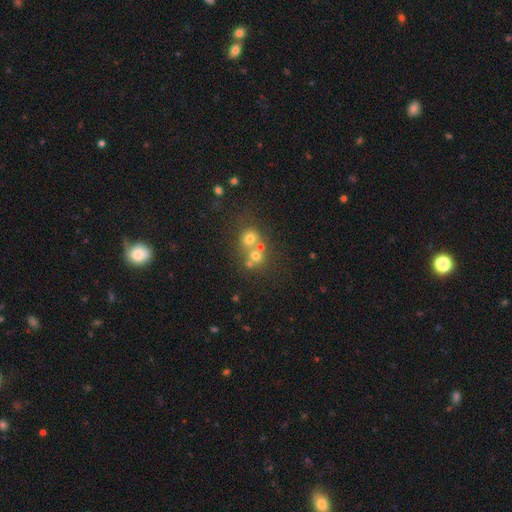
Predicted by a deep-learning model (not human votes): Smooth or featured? Predicted: smooth (p=0.62). How rounded? Predicted: round (p=0.83). Merging? Predicted: merger (p=0.48).